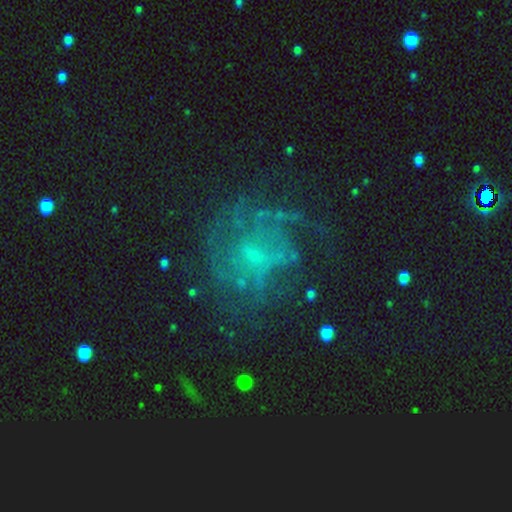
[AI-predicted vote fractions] A featured or disk galaxy (66%) with no bar (62%), spiral arms (64%) and a small central bulge (47%). Merging: none (57%).